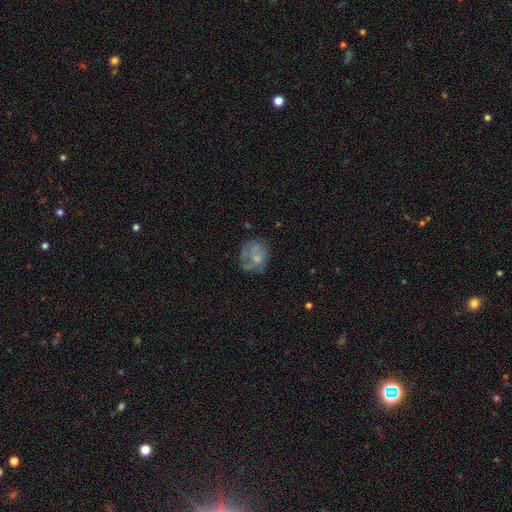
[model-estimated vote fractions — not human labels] Smooth or featured? smooth (48%)
Merging? none (53%)